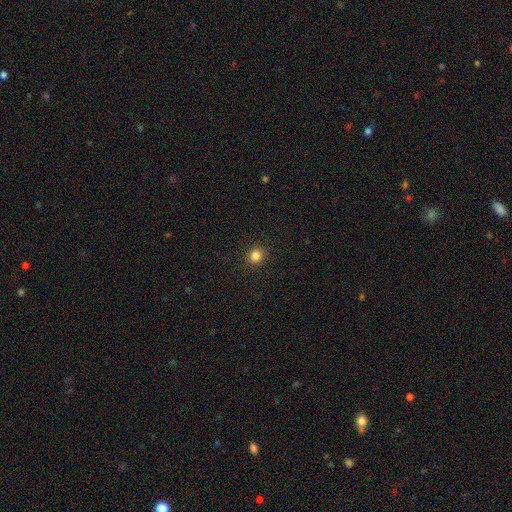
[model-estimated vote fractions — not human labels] This appears to be a smooth galaxy with no disk features (83%) that is round (85%). Merging: none (91%).